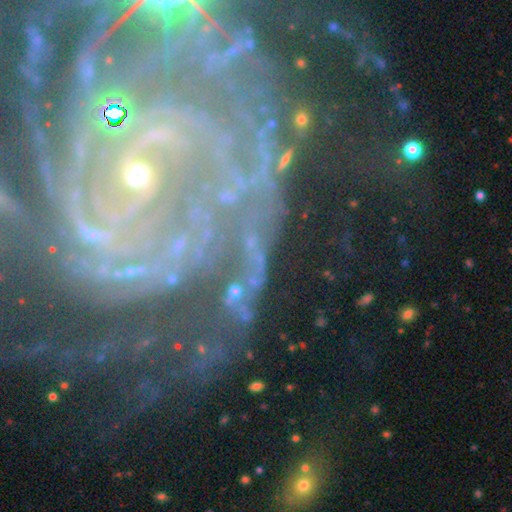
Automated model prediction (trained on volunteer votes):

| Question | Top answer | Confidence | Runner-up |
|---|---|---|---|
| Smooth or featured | featured or disk | 63% | star or artifact (24%) |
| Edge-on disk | no | 93% | yes (7%) |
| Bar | no | 53% | weak (26%) |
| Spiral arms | yes | 88% | no (12%) |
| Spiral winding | tight | 62% | medium (26%) |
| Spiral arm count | can't tell | 28% | 2 (19%) |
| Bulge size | small | 59% | moderate (24%) |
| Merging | none | 58% | minor disturbance (17%) |